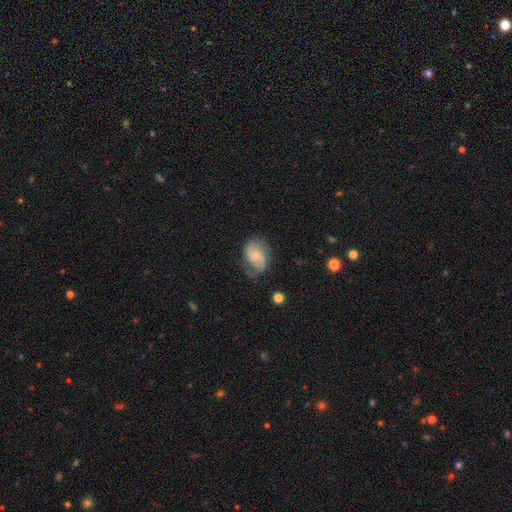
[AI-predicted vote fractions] The model was most divided on "spiral winding": medium: 41%, loose: 33%, tight: 25%. More confident: edge-on disk — no (97%); spiral arms — yes (86%); spiral arm count — 2 (68%); bar — no (64%); smooth or featured — featured or disk (62%); bulge size — small (58%); merging — none (51%).